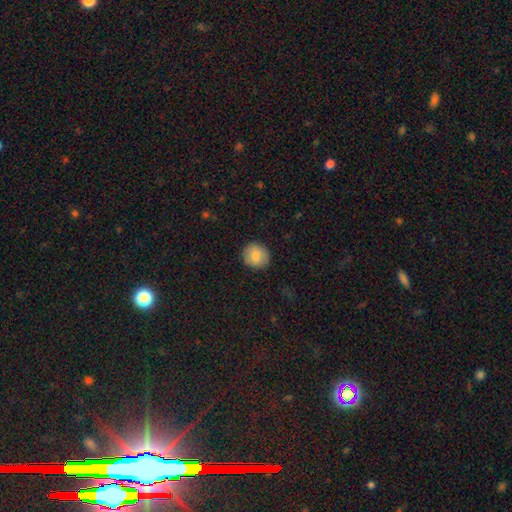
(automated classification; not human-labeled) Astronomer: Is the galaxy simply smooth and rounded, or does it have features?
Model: smooth — 82%.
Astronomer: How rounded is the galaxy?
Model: round — 87%.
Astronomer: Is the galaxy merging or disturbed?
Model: none — 88%.